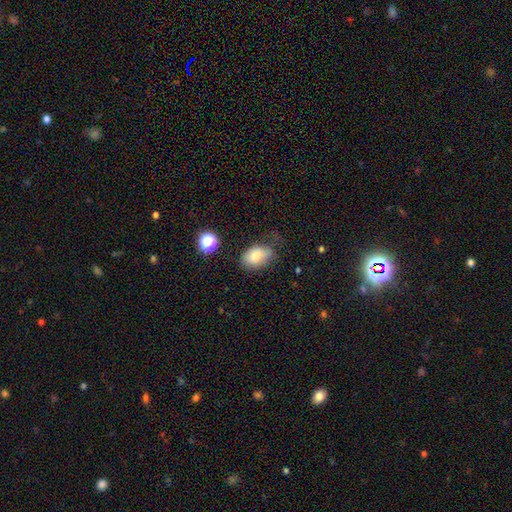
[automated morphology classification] A smooth galaxy with no disk features (81%) that is in between round and cigar-shaped (85%). Merging: none (58%).